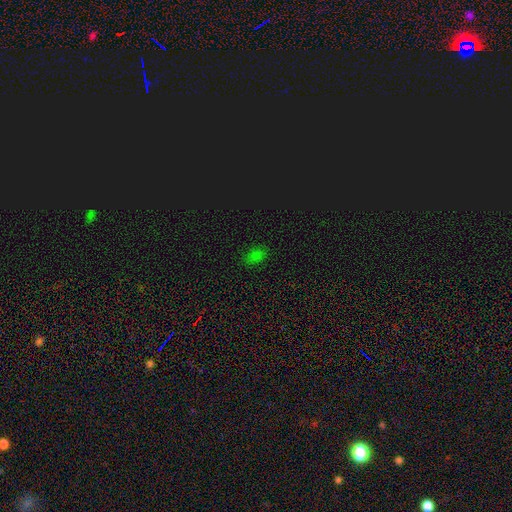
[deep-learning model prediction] The model was most divided on "smooth or featured": smooth: 71%, star or artifact: 24%, featured or disk: 5%. More confident: how rounded — in between (82%); merging — none (82%).